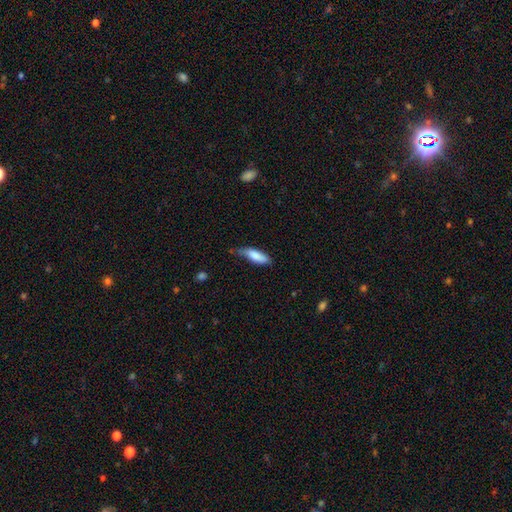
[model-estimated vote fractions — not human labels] A smooth galaxy with no disk features (82%) that is in between round and cigar-shaped (57%).

Vote fractions:
- Smooth or featured? smooth: 82% / featured or disk: 12% / star or artifact: 6%
- How rounded? in between: 57% / cigar-shaped: 41% / round: 2%
- Merging? none: 50% / minor disturbance: 38% / major disturbance: 9% / merger: 3%